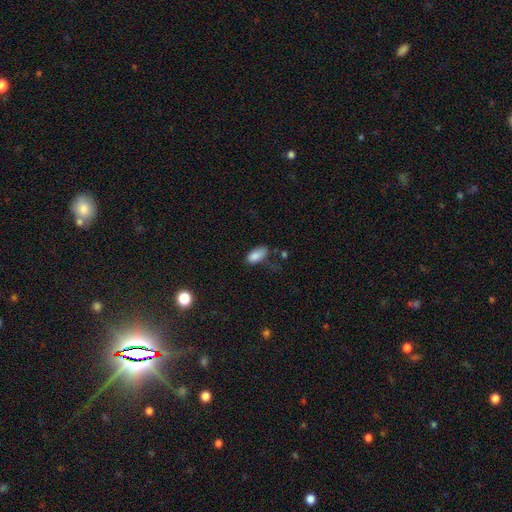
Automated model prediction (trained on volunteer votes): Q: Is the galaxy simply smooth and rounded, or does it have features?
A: smooth — 86%.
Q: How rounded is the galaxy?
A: in between — 92%.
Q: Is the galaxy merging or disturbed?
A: none — 51%.